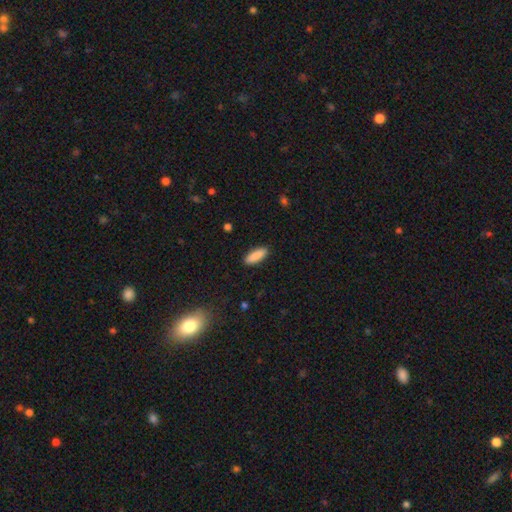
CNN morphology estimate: A smooth galaxy with no disk features (89%) that is in between round and cigar-shaped (58%). Merging: none (90%).